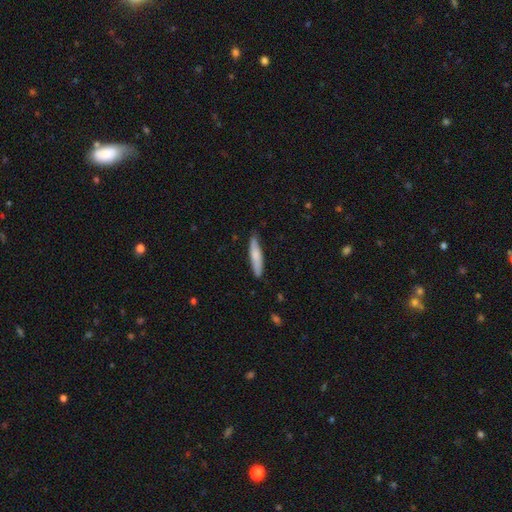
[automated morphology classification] smooth 74%, featured or disk 20%, star or artifact 5%. Down the decision tree: how rounded — cigar-shaped (87%); merging — none (80%).